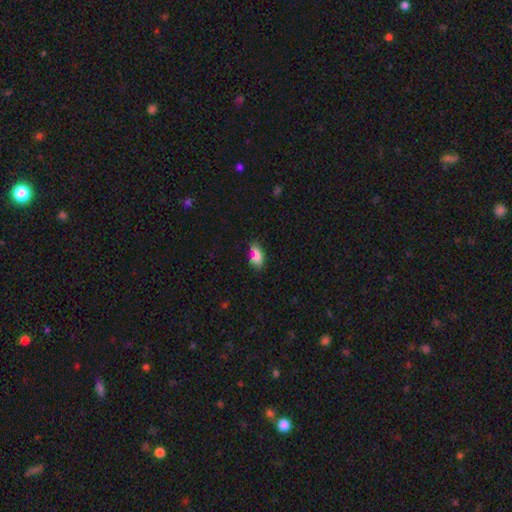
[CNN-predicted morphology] Smooth or featured?
  - smooth: 76% *
  - star or artifact: 12%
  - featured or disk: 12%
How rounded?
  - in between: 85% *
  - round: 8%
  - cigar-shaped: 7%
Merging?
  - none: 60% *
  - minor disturbance: 24%
  - merger: 10%
  - major disturbance: 7%